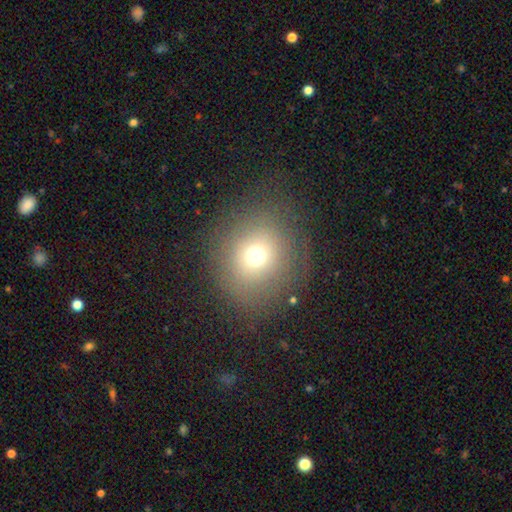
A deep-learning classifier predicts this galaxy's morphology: smooth 68%, star or artifact 19%, featured or disk 13%. Down the decision tree: how rounded — round (84%); merging — none (82%).